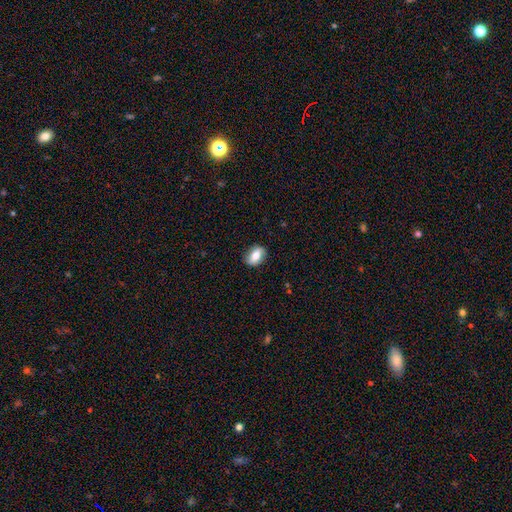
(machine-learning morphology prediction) The model was most divided on "smooth or featured": smooth: 69%, featured or disk: 23%, star or artifact: 8%. More confident: merging — none (83%); how rounded — in between (79%).